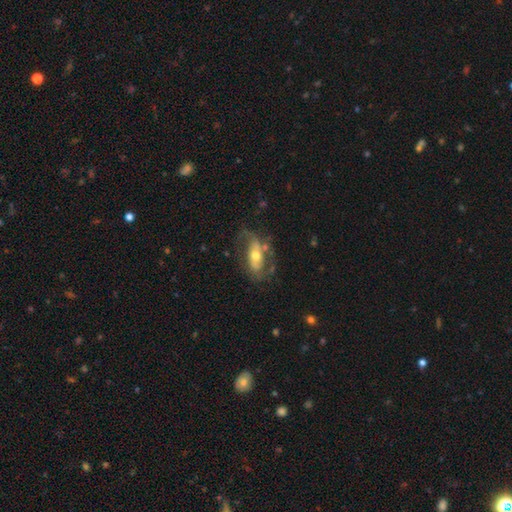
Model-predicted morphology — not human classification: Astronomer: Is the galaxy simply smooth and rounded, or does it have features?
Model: featured or disk — 66%.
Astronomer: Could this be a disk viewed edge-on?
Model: no — 88%.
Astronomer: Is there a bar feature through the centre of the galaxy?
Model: no — 43% (runner-up: strong, 29%).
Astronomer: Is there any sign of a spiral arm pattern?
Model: yes — 71%.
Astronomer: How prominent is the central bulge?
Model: moderate — 66%.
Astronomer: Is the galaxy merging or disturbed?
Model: none — 56%.